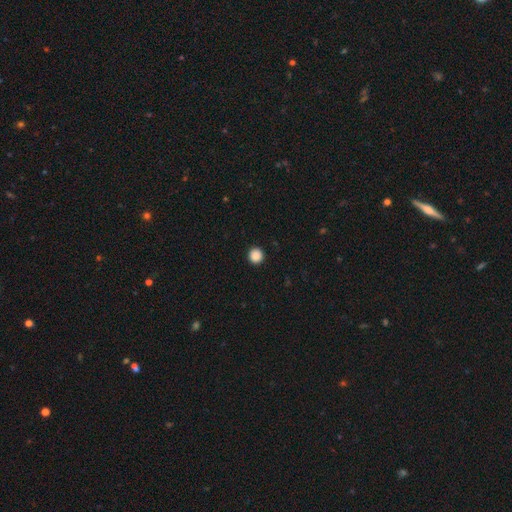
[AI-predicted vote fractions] Overall: smooth (88%). How rounded: round (96%). Merging: none (94%).